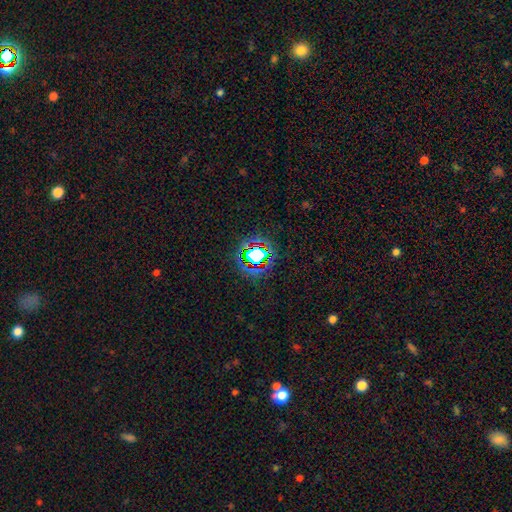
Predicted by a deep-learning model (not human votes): Smooth or featured?
  - star or artifact: 60% *
  - smooth: 26%
  - featured or disk: 14%